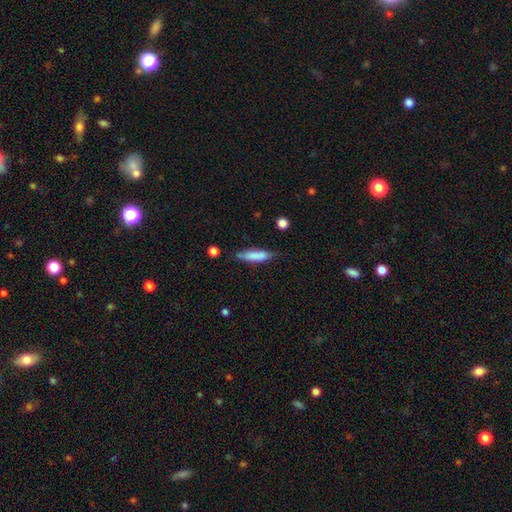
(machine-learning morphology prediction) This is likely a smooth galaxy (79%). How rounded: likely cigar-shaped (70%). Merging: likely none (71%).